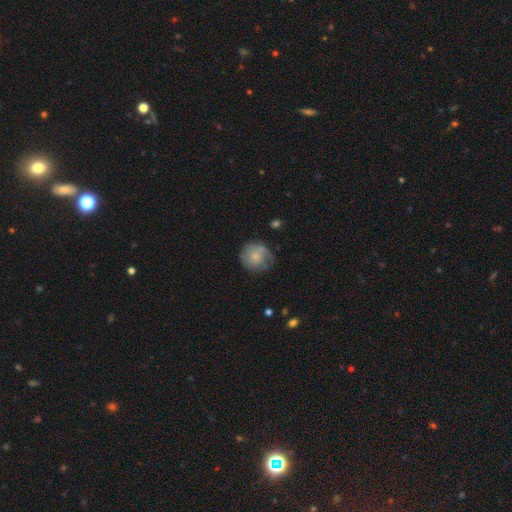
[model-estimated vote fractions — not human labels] Q: Smooth or featured?
A: smooth (50%); runner-up: featured or disk (43%)
Q: How rounded?
A: round (85%); runner-up: in between (14%)
Q: Merging?
A: none (59%); runner-up: minor disturbance (26%)